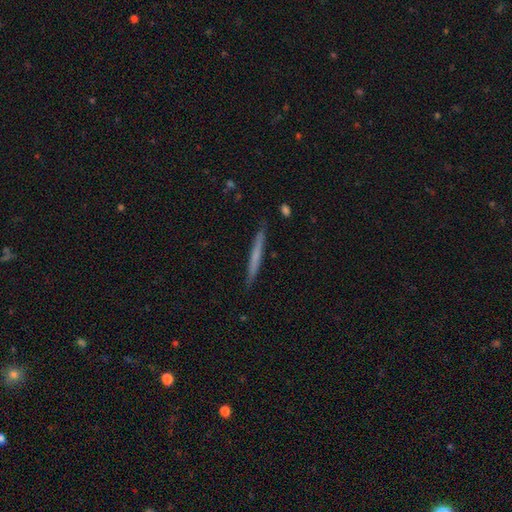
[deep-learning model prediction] This is possibly a smooth galaxy (54%). How rounded: clearly cigar-shaped (97%). Merging: clearly none (90%).